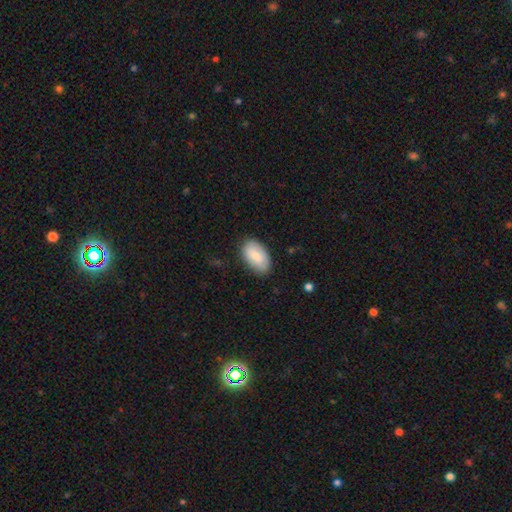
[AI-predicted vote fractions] This appears to be a smooth galaxy with no disk features (77%) that is in between round and cigar-shaped (94%). Merging: none (81%).